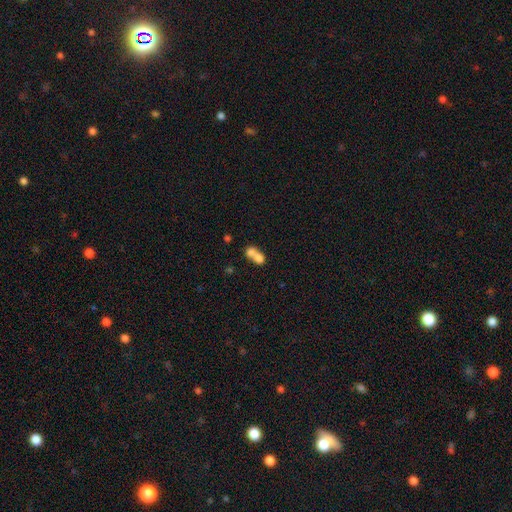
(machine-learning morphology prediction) Smooth or featured? smooth (70%)
How rounded? in between (58%)
Merging? merger (73%)